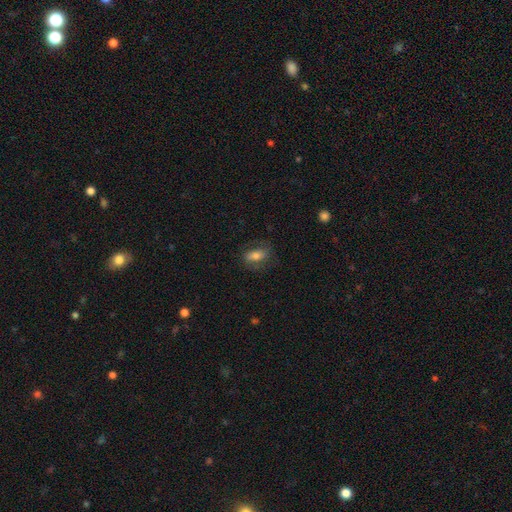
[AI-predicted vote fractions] The model was most divided on "smooth or featured": smooth: 67%, featured or disk: 24%, star or artifact: 9%. More confident: how rounded — in between (82%); merging — none (71%).